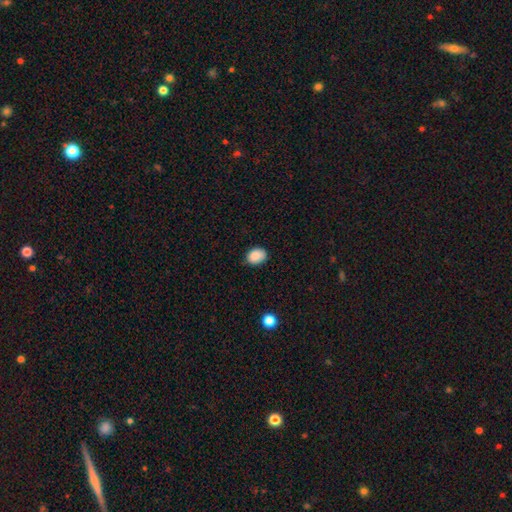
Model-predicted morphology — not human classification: A smooth galaxy with no disk features (87%) that is in between round and cigar-shaped (61%).

Vote fractions:
- Smooth or featured? smooth: 87% / star or artifact: 9% / featured or disk: 4%
- How rounded? in between: 61% / round: 38% / cigar-shaped: 1%
- Merging? none: 77% / minor disturbance: 19% / major disturbance: 3% / merger: 1%